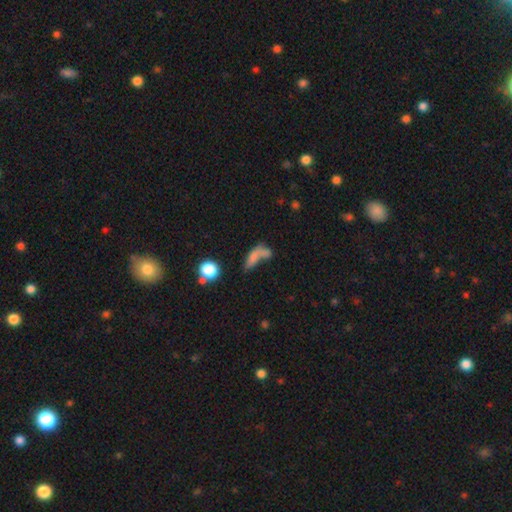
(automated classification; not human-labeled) Smooth or featured? smooth (62%)
How rounded? in between (53%)
Merging? merger (38%)